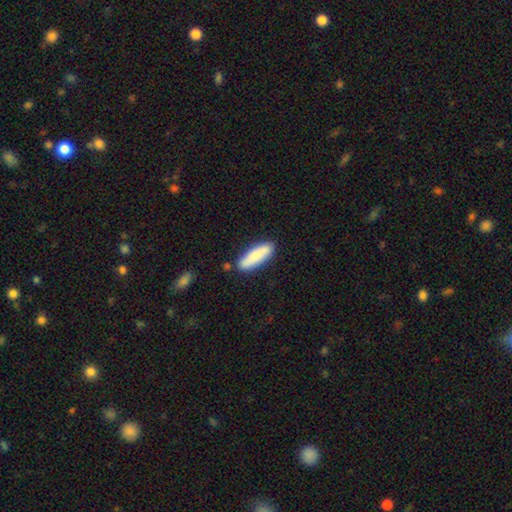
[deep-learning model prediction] Smooth or featured? smooth (82%)
How rounded? cigar-shaped (59%)
Merging? none (83%)